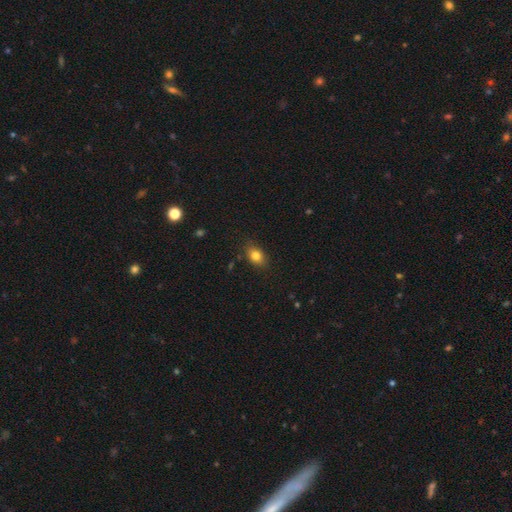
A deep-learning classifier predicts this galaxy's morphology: This appears to be a smooth galaxy with no disk features (82%) that is in between round and cigar-shaped (76%). Merging: none (83%).